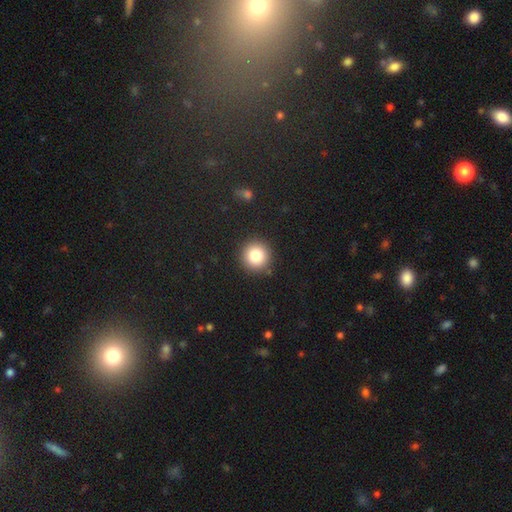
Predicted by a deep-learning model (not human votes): smooth 83%, star or artifact 10%, featured or disk 7%. Down the decision tree: how rounded — round (95%); merging — none (90%).